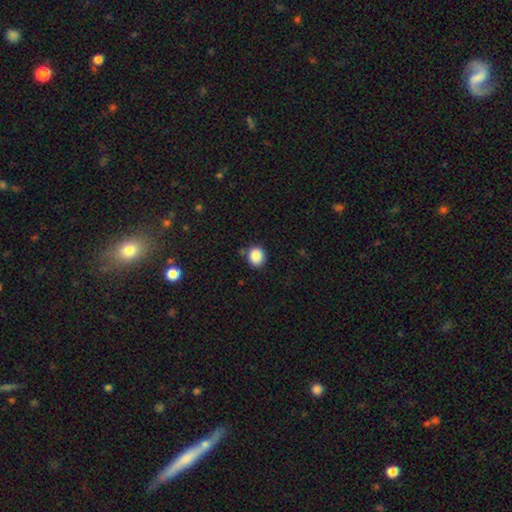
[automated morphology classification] Smooth or featured?
  - smooth: 87% *
  - star or artifact: 9%
  - featured or disk: 3%
How rounded?
  - round: 76% *
  - in between: 24%
  - cigar-shaped: 1%
Merging?
  - none: 80% *
  - minor disturbance: 13%
  - merger: 4%
  - major disturbance: 3%